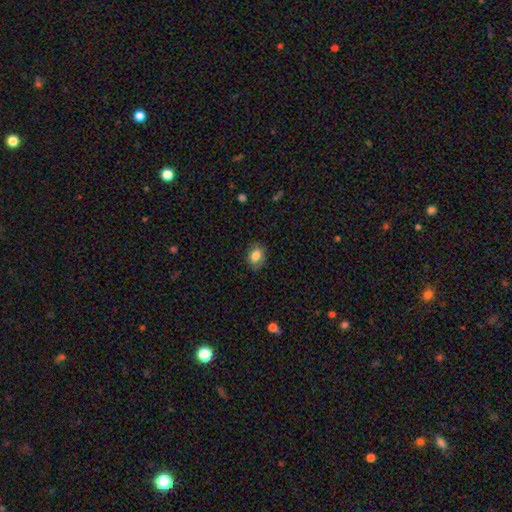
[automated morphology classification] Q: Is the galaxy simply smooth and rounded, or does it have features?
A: smooth — 81%.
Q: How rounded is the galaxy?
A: in between — 74%.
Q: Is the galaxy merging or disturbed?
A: none — 83%.